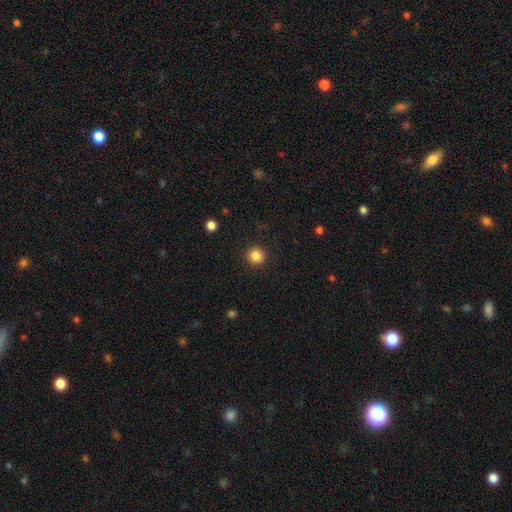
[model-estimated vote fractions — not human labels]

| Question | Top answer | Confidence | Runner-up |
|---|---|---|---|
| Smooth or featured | smooth | 86% | star or artifact (11%) |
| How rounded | round | 94% | in between (5%) |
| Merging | none | 92% | minor disturbance (5%) |